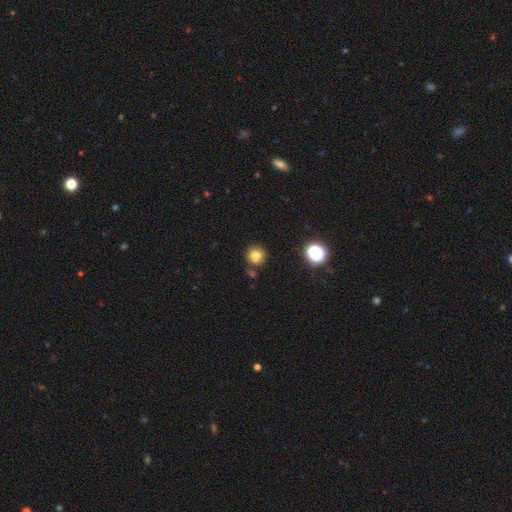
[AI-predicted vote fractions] smooth_or_featured: smooth (p=0.76) [alt: star or artifact p=0.14]
how_rounded: round (p=0.90) [alt: in between p=0.09]
merging: none (p=0.74) [alt: merger p=0.12]